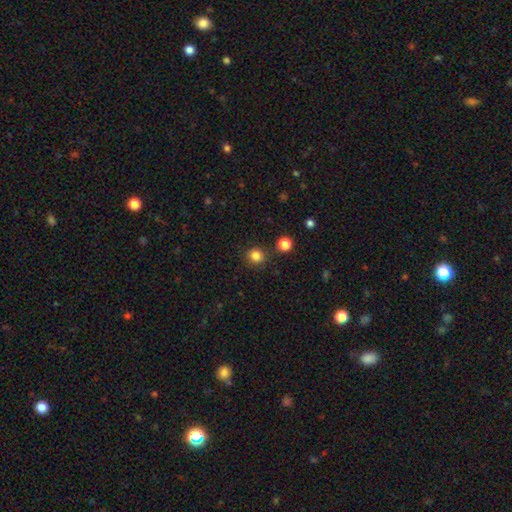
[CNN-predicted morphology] type=smooth (83%); roundness=round (90%); merging=none (86%).